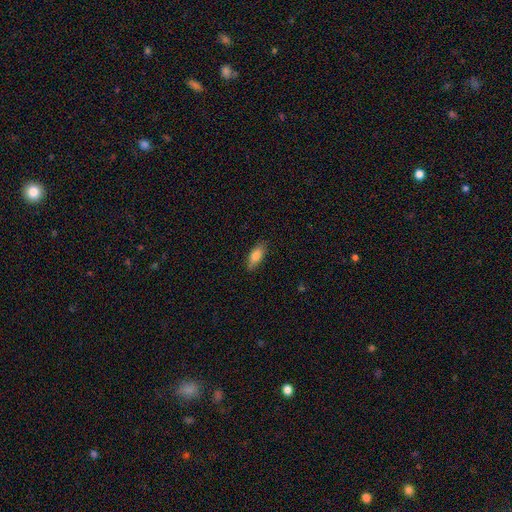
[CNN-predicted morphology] smooth 85%, featured or disk 8%, star or artifact 7%. Down the decision tree: how rounded — in between (80%); merging — none (83%).